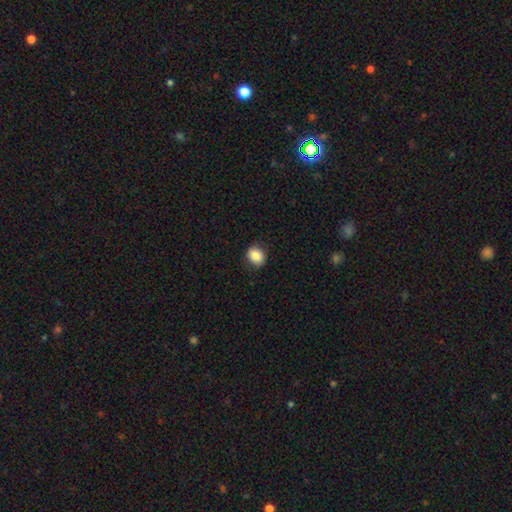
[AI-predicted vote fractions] The model was most divided on "how rounded": round: 65%, in between: 34%, cigar-shaped: 1%. More confident: smooth or featured — smooth (86%); merging — none (83%).